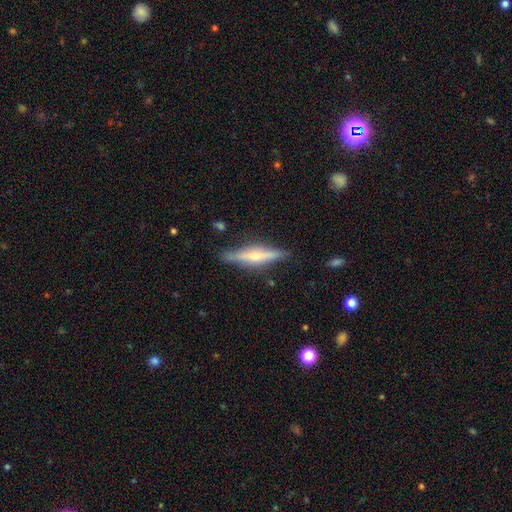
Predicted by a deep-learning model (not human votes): Q: Smooth or featured?
A: featured or disk (66%); runner-up: smooth (28%)
Q: Edge-on disk?
A: yes (96%); runner-up: no (4%)
Q: Edge-on bulge?
A: rounded (78%); runner-up: none (11%)
Q: Merging?
A: none (86%); runner-up: minor disturbance (10%)